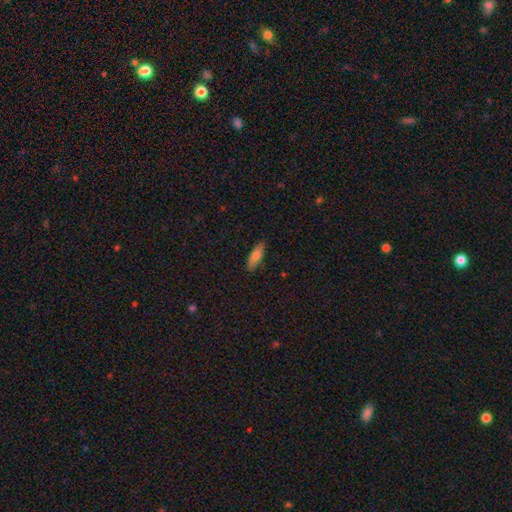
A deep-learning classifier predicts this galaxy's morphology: Overall: smooth (74%). How rounded: in between (54%; cigar-shaped 44%). Merging: none (87%).